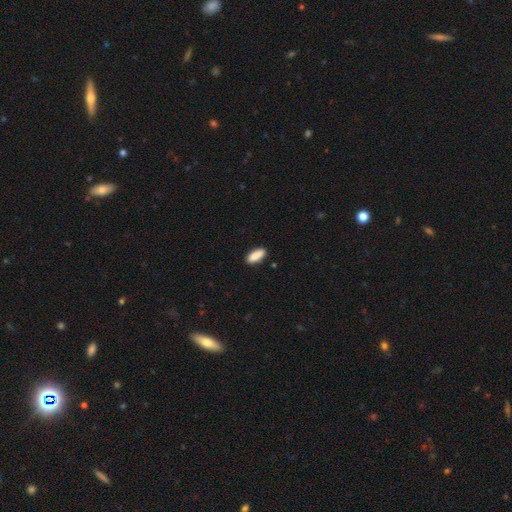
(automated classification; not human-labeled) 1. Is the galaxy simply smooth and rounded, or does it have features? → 89% smooth, 6% star or artifact, 5% featured or disk.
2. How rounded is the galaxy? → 79% in between, 18% cigar-shaped, 2% round.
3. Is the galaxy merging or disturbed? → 88% none, 9% minor disturbance, 2% major disturbance, 1% merger.